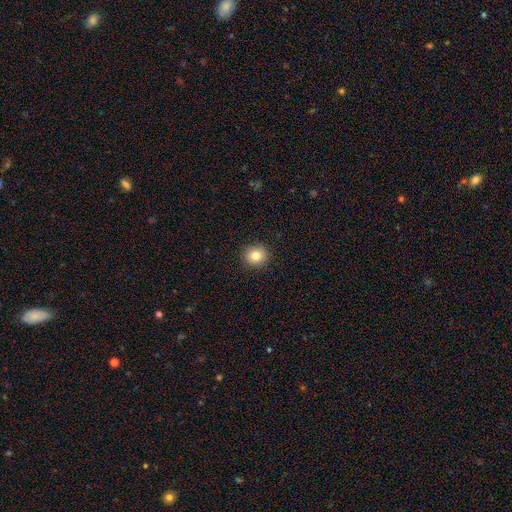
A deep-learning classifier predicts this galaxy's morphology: smooth_or_featured: smooth (p=0.82) [alt: star or artifact p=0.10]
how_rounded: round (p=0.89) [alt: in between p=0.10]
merging: none (p=0.92) [alt: minor disturbance p=0.06]